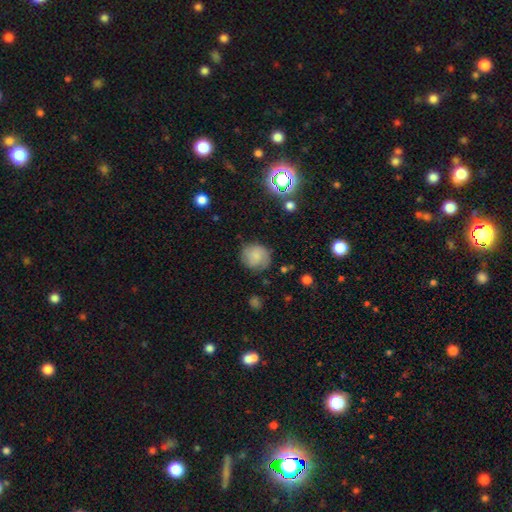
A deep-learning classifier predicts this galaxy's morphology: A smooth galaxy with no disk features (72%) that is round (87%).

Vote fractions:
- Smooth or featured? smooth: 72% / featured or disk: 18% / star or artifact: 10%
- How rounded? round: 87% / in between: 12% / cigar-shaped: 1%
- Merging? none: 75% / minor disturbance: 18% / major disturbance: 5% / merger: 2%